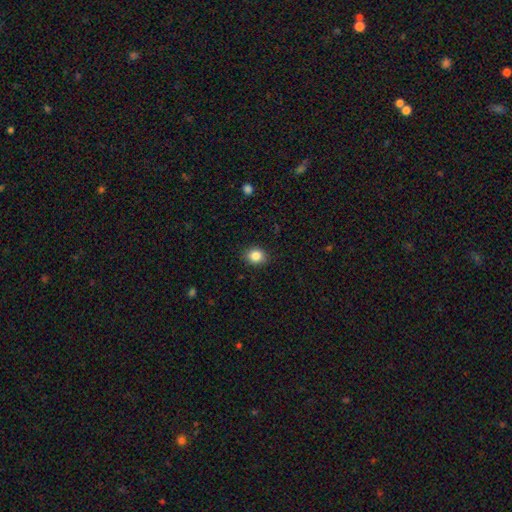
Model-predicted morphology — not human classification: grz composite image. It shows a smooth galaxy with no disk features (85%) that is round (63%). Merging: none (89%).